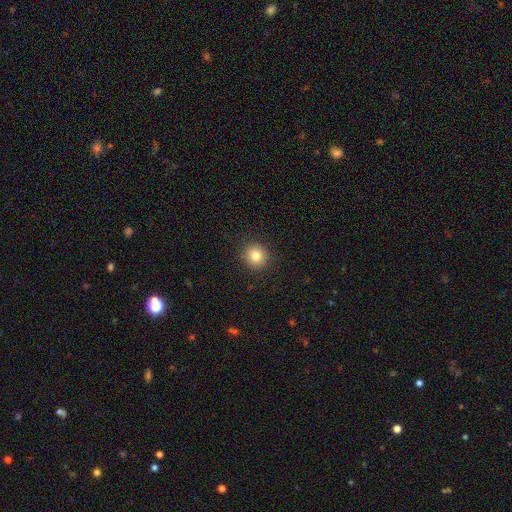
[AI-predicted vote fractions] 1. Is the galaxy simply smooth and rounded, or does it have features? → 82% smooth, 11% star or artifact, 7% featured or disk.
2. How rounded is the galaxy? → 89% round, 10% in between, 1% cigar-shaped.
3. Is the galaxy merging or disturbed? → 91% none, 6% minor disturbance, 2% major disturbance, 1% merger.